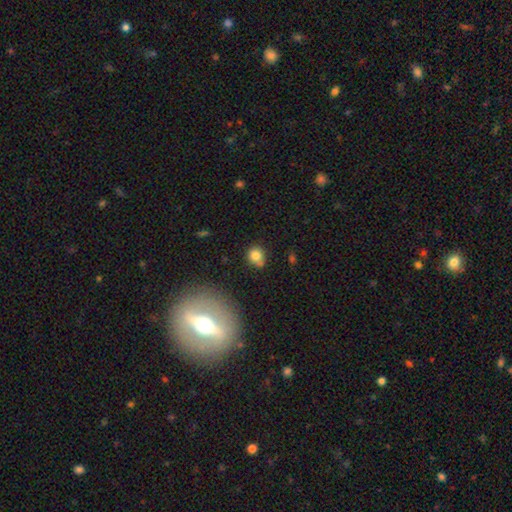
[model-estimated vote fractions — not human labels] A smooth galaxy with no disk features (80%) that is round (74%).

Vote fractions:
- Smooth or featured? smooth: 80% / star or artifact: 12% / featured or disk: 9%
- How rounded? round: 74% / in between: 24% / cigar-shaped: 1%
- Merging? none: 61% / minor disturbance: 21% / merger: 11% / major disturbance: 6%